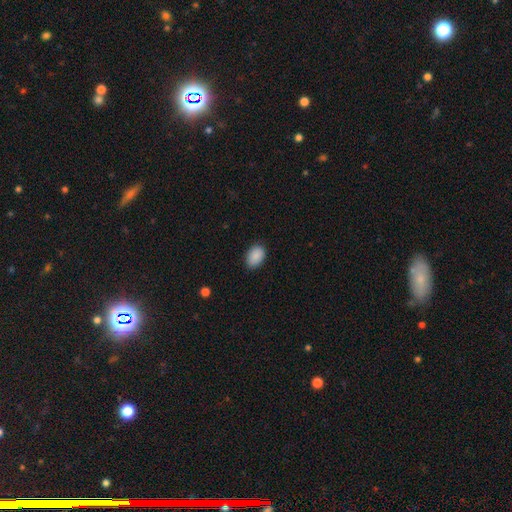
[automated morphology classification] smooth_or_featured: smooth (p=0.89) [alt: star or artifact p=0.07]
how_rounded: in between (p=0.87) [alt: round p=0.12]
merging: none (p=0.86) [alt: minor disturbance p=0.11]